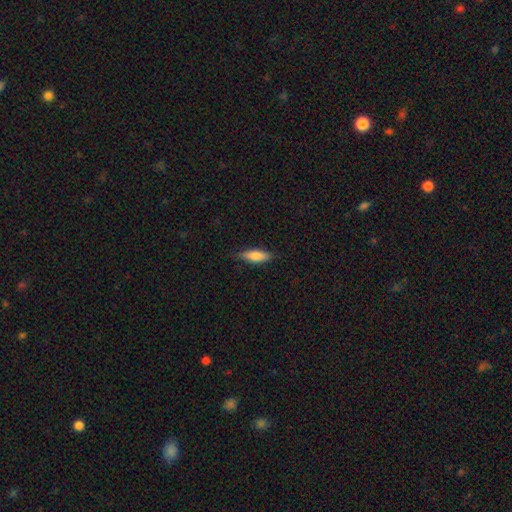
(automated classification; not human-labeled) smooth 79%, featured or disk 15%, star or artifact 6%. Down the decision tree: how rounded — in between (53%); merging — none (82%).